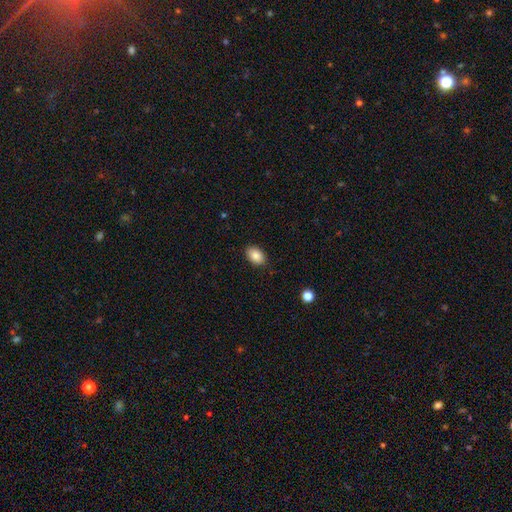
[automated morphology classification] This is clearly a smooth galaxy (86%). How rounded: clearly in between (87%). Merging: clearly none (88%).